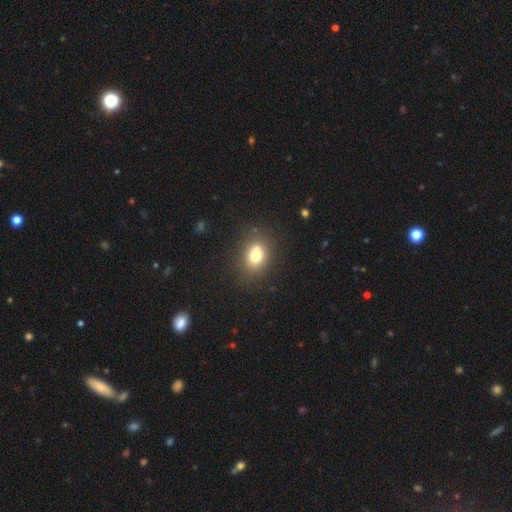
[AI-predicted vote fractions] Smooth or featured?
  - smooth: 72% *
  - featured or disk: 16%
  - star or artifact: 12%
How rounded?
  - in between: 50% *
  - round: 49%
  - cigar-shaped: 1%
Merging?
  - none: 64% *
  - merger: 17%
  - minor disturbance: 13%
  - major disturbance: 5%